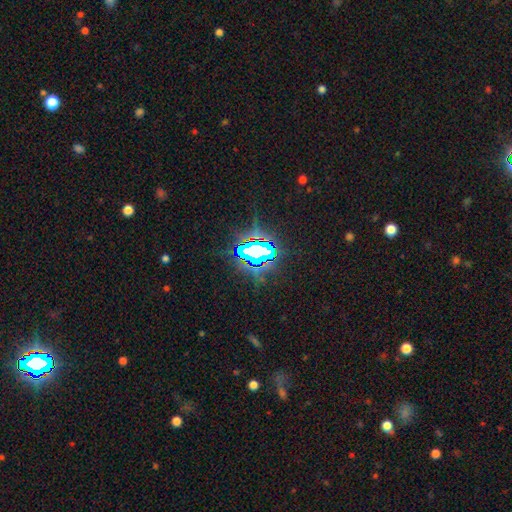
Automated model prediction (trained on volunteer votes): A star or artifact, not a galaxy (75%).